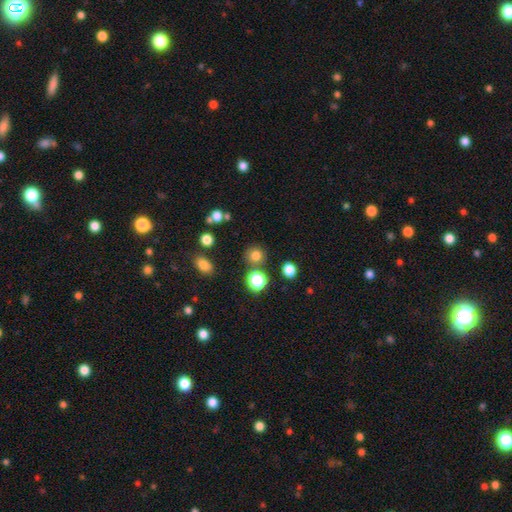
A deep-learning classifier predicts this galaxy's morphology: type=smooth (77%); roundness=round (91%); merging=none (82%).